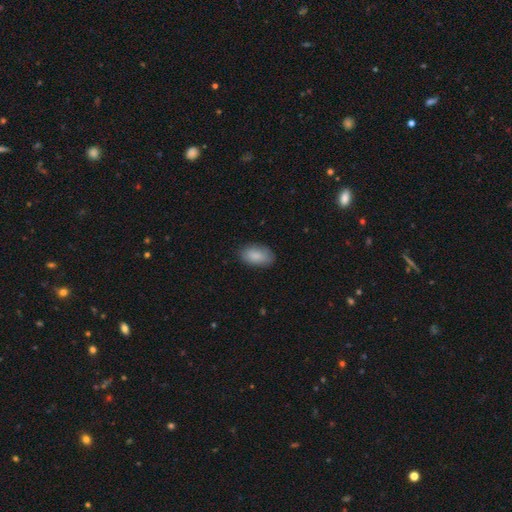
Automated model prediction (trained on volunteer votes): Smooth or featured: smooth — 87% (featured or disk — 7%)
How rounded: in between — 93% (round — 5%)
Merging: none — 84% (minor disturbance — 13%)